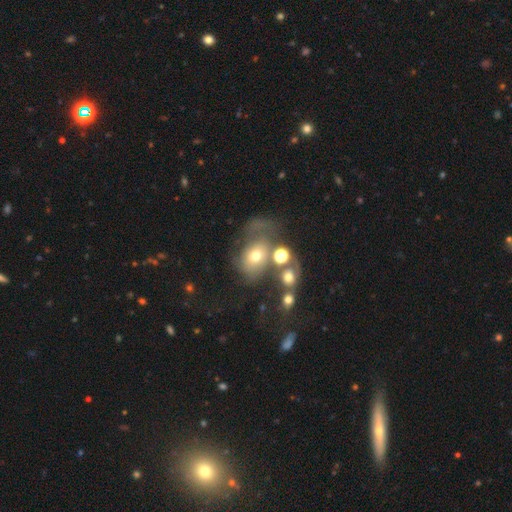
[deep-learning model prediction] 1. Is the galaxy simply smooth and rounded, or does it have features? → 53% smooth, 31% featured or disk, 16% star or artifact.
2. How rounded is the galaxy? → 56% in between, 42% round, 1% cigar-shaped.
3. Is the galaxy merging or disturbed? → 34% major disturbance, 26% merger, 24% none, 16% minor disturbance.